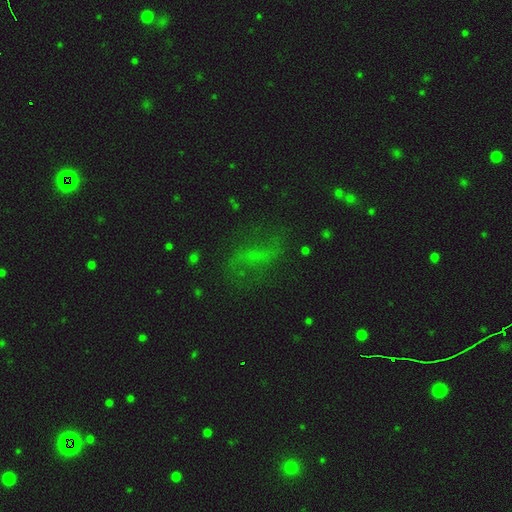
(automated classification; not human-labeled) A smooth galaxy with no disk features (37%).

Vote fractions:
- Smooth or featured? smooth: 37% / featured or disk: 32% / star or artifact: 31%
- Merging? none: 60% / major disturbance: 19% / minor disturbance: 18% / merger: 3%